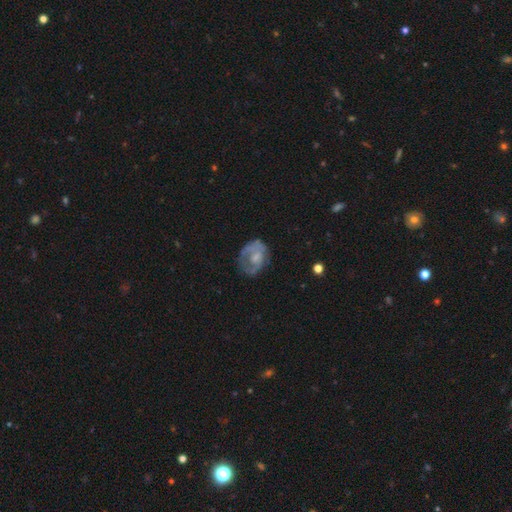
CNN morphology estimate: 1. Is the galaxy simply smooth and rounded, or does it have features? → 55% featured or disk, 36% smooth, 8% star or artifact.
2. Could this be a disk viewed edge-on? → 97% no, 3% yes.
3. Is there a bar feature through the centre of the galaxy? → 75% no, 21% weak, 4% strong.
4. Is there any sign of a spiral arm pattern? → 58% no, 42% yes.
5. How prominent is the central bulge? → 36% moderate, 32% small, 23% none, 7% large, 1% dominant.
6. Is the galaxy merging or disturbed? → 52% none, 25% minor disturbance, 21% major disturbance, 2% merger.